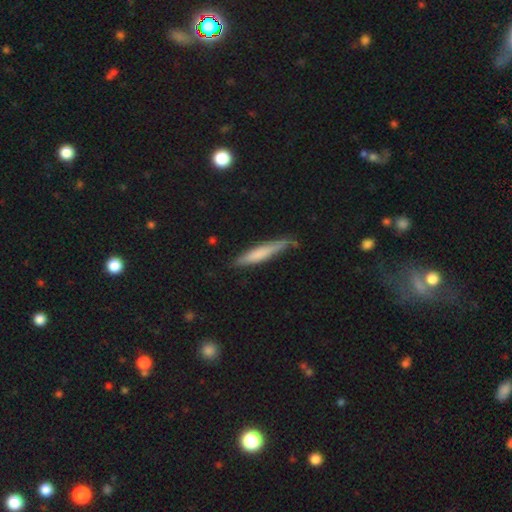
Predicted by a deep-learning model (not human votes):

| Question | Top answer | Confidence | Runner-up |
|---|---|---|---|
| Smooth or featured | smooth | 66% | featured or disk (29%) |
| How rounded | cigar-shaped | 92% | in between (7%) |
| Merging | none | 71% | minor disturbance (22%) |